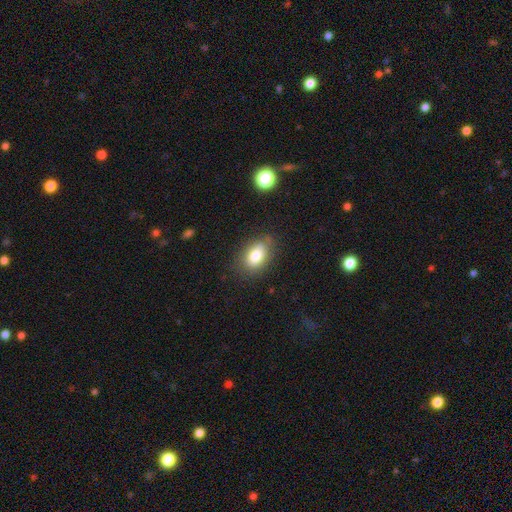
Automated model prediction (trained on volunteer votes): smooth_or_featured: smooth (p=0.79) [alt: featured or disk p=0.11]
how_rounded: in between (p=0.82) [alt: round p=0.16]
merging: none (p=0.73) [alt: minor disturbance p=0.19]